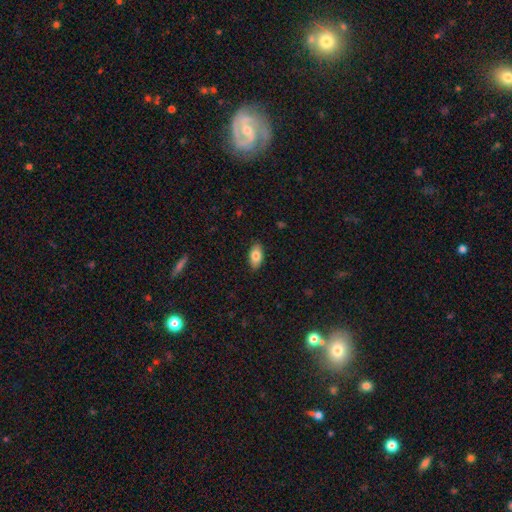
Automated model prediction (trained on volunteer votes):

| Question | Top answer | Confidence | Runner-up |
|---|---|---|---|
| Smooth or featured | smooth | 80% | featured or disk (13%) |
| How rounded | in between | 92% | cigar-shaped (4%) |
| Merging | none | 88% | minor disturbance (9%) |